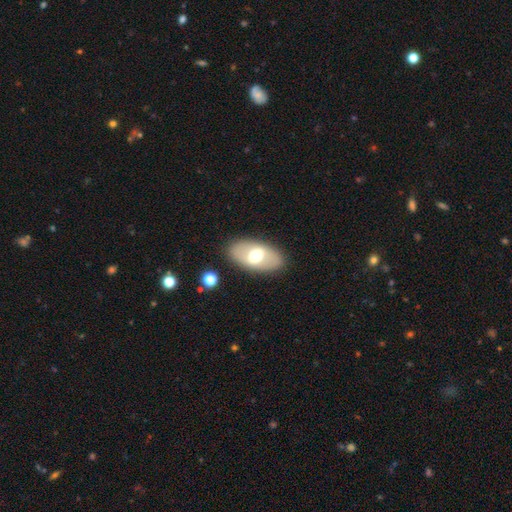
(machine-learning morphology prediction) smooth 54%, featured or disk 39%, star or artifact 7%. Down the decision tree: how rounded — in between (93%); merging — none (86%).